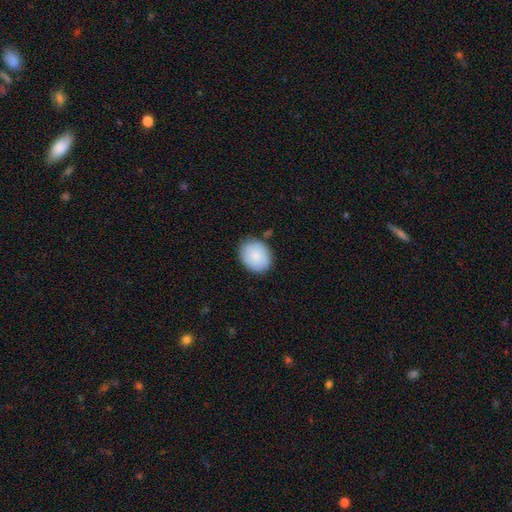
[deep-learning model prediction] Morphology: type=smooth (84%); roundness=in between (56%); merging=none (81%).